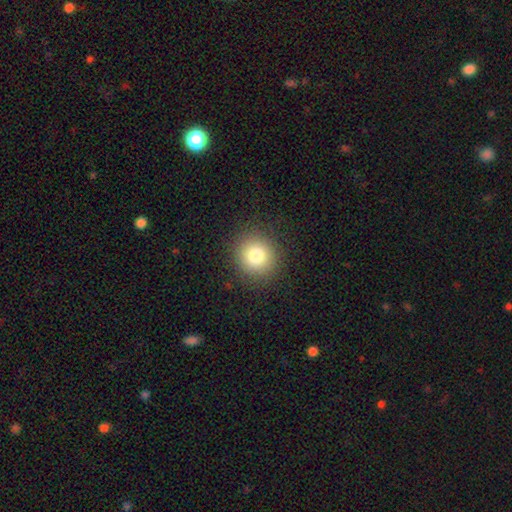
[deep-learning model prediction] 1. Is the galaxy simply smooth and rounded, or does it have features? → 81% smooth, 12% star or artifact, 7% featured or disk.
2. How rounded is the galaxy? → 91% round, 8% in between, 1% cigar-shaped.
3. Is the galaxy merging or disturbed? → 89% none, 7% minor disturbance, 3% major disturbance, 1% merger.